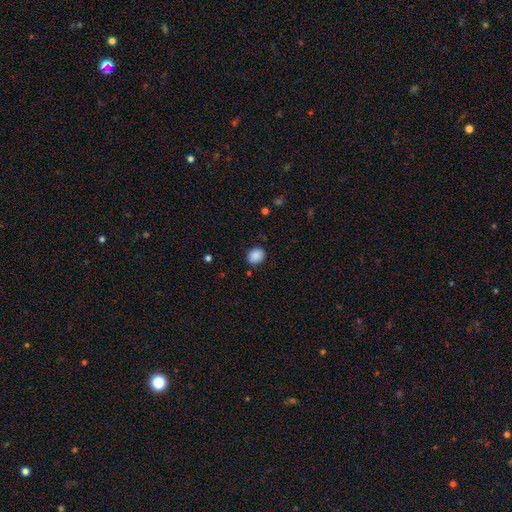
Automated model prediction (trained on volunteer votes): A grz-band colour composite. It shows a smooth galaxy with no disk features (88%) that is round (56%). Merging: none (86%).